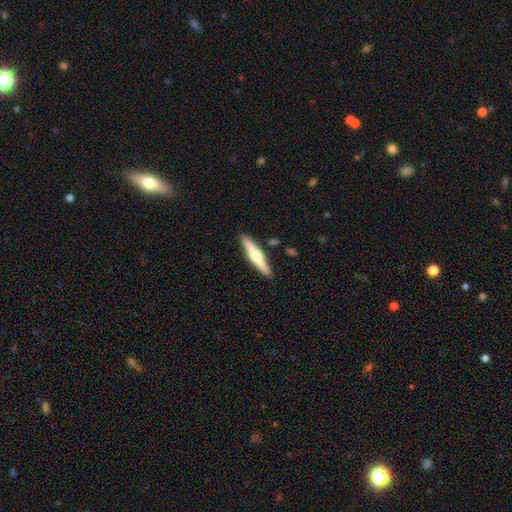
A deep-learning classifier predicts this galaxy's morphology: Smooth or featured? featured or disk (52%)
Edge-on disk? yes (96%)
Merging? none (88%)